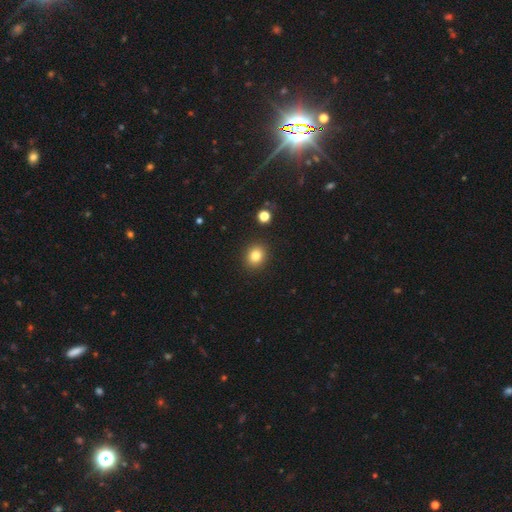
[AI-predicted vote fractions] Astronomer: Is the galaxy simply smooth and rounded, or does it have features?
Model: smooth — 82%.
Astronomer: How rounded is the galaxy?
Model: round — 68%.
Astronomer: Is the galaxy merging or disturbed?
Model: none — 89%.